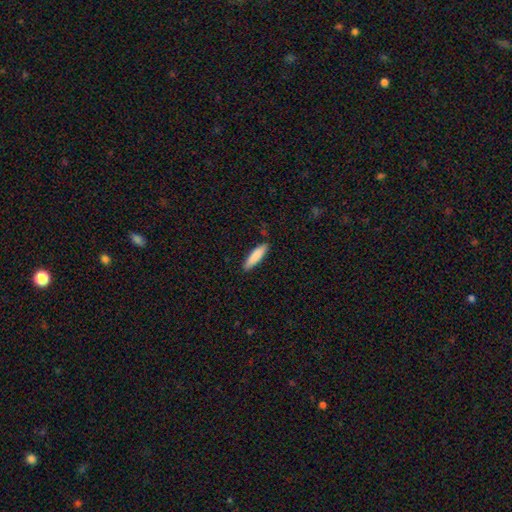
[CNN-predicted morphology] Q: Smooth or featured?
A: smooth (85%); runner-up: featured or disk (9%)
Q: How rounded?
A: cigar-shaped (71%); runner-up: in between (27%)
Q: Merging?
A: none (87%); runner-up: minor disturbance (10%)